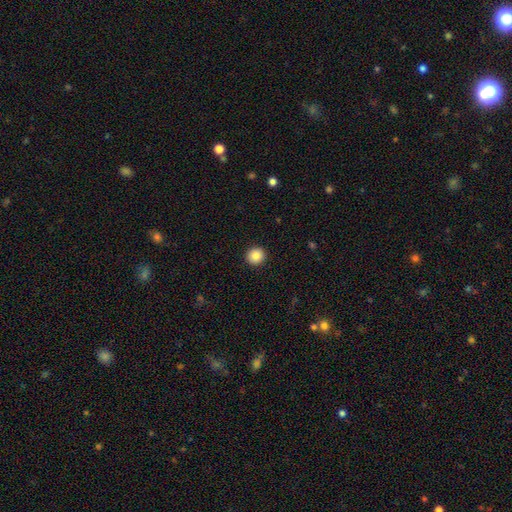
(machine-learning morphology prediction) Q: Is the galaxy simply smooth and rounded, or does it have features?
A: smooth — 86%.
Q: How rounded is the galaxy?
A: round — 92%.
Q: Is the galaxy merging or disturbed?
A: none — 93%.